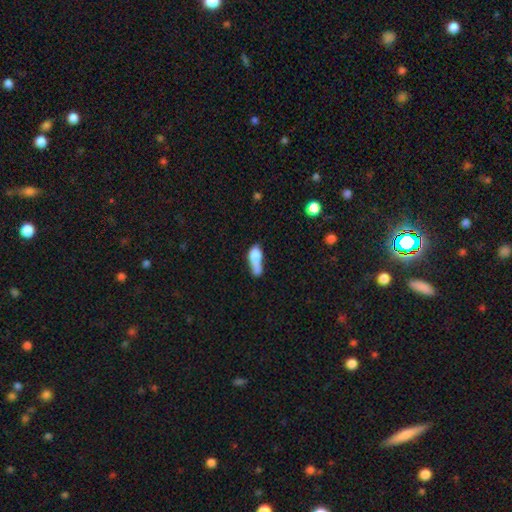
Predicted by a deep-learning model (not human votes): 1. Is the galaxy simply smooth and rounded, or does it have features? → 70% smooth, 21% featured or disk, 9% star or artifact.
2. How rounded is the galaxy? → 65% in between, 25% cigar-shaped, 10% round.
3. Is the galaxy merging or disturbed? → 39% merger, 21% major disturbance, 20% minor disturbance, 20% none.